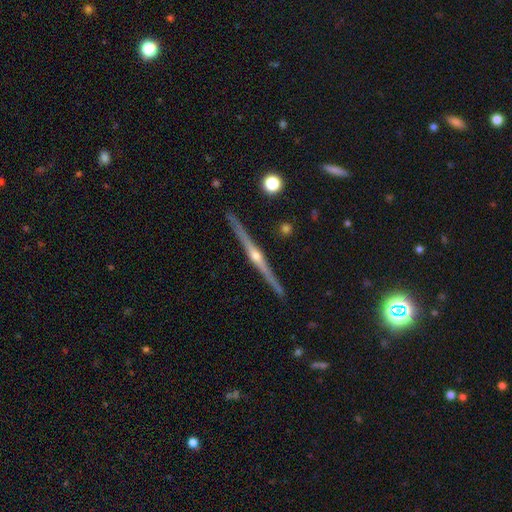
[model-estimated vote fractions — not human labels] Smooth or featured: featured or disk — 88% (smooth — 7%)
Edge-on disk: yes — 99% (no — 1%)
Edge-on bulge: rounded — 91% (none — 5%)
Merging: none — 92% (minor disturbance — 5%)